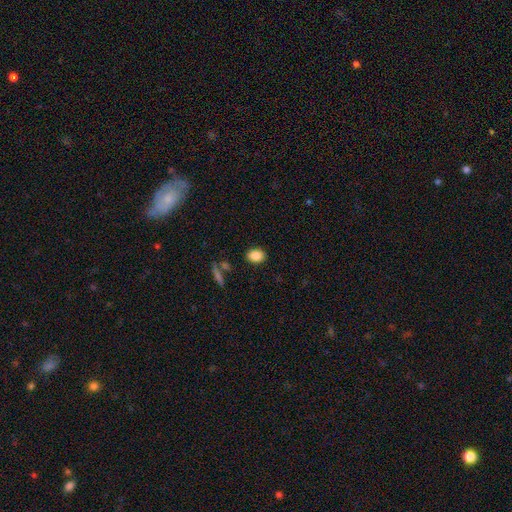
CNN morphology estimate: Overall: smooth (86%). How rounded: in between (62%; round 36%). Merging: none (86%).